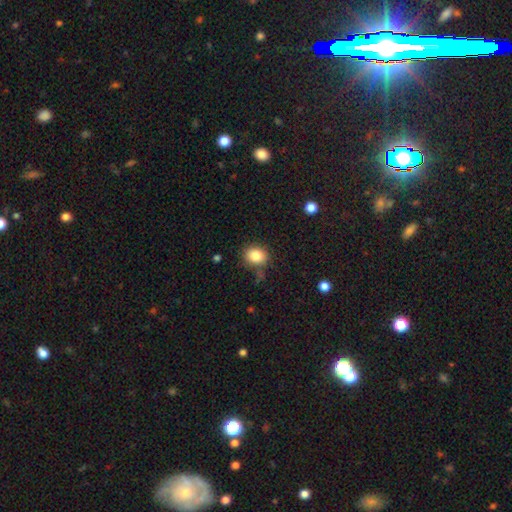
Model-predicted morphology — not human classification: This is clearly a smooth galaxy (85%). How rounded: possibly round (57%). Merging: likely none (79%).